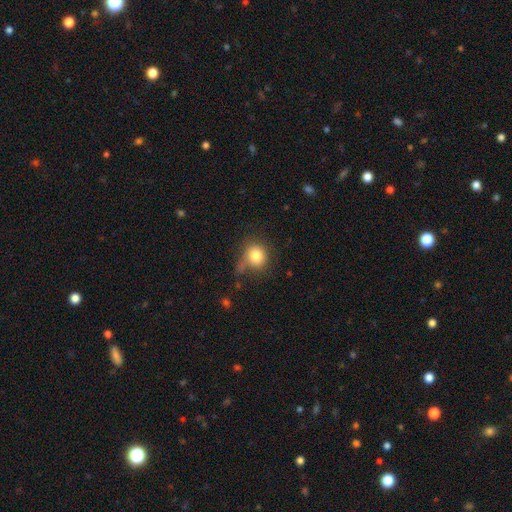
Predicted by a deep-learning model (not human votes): smooth_or_featured: smooth (p=0.81) [alt: star or artifact p=0.10]
how_rounded: round (p=0.79) [alt: in between p=0.20]
merging: none (p=0.59) [alt: minor disturbance p=0.23]